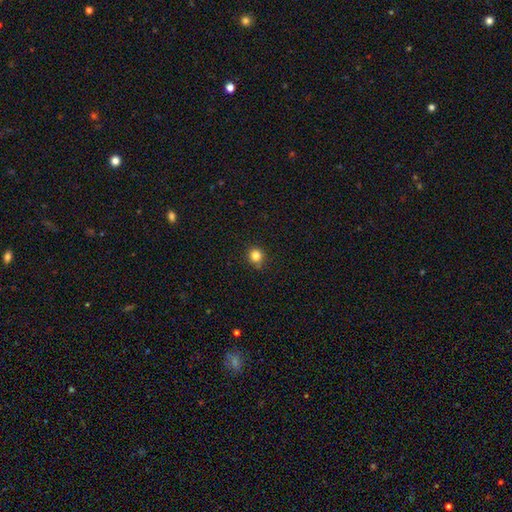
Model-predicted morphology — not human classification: Overall: smooth (83%). How rounded: round (91%). Merging: none (86%).